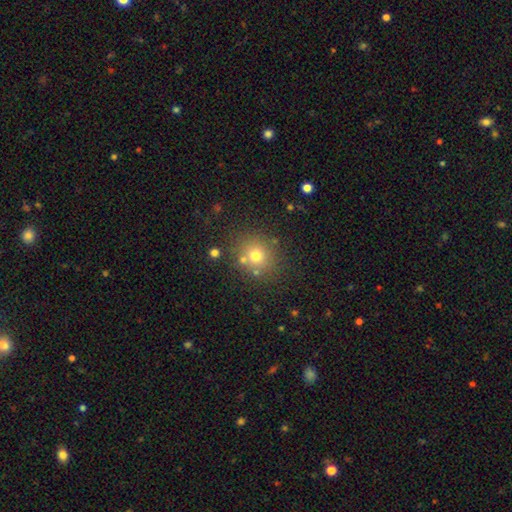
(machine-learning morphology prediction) Smooth or featured? Predicted: smooth (p=0.71). How rounded? Predicted: round (p=0.85). Merging? Predicted: none (p=0.77).